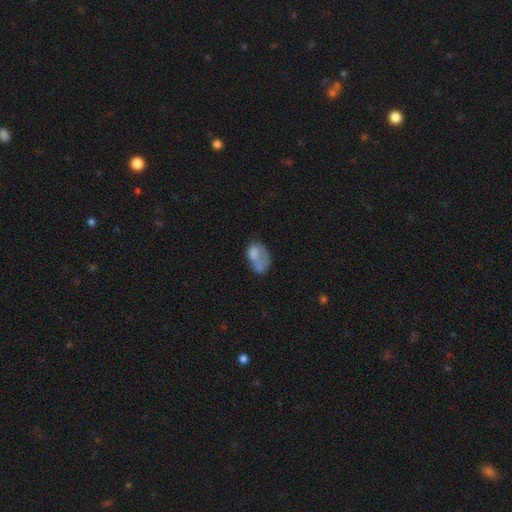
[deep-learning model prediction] Smooth or featured? Predicted: smooth (p=0.63). How rounded? Predicted: in between (p=0.86). Merging? Predicted: major disturbance (p=0.29).